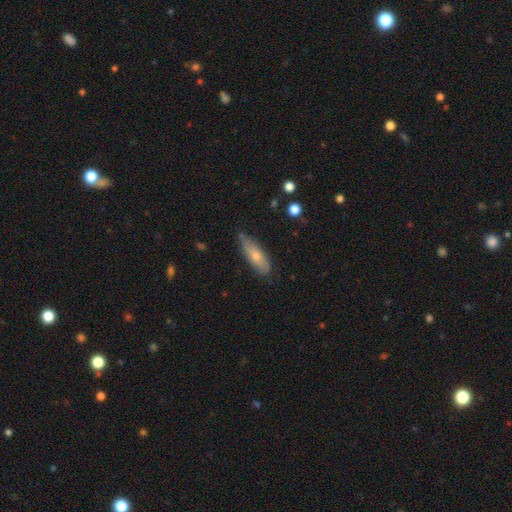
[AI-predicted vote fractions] Smooth or featured: smooth — 59% (featured or disk — 34%)
How rounded: cigar-shaped — 49% (in between — 48%)
Merging: none — 74% (minor disturbance — 21%)